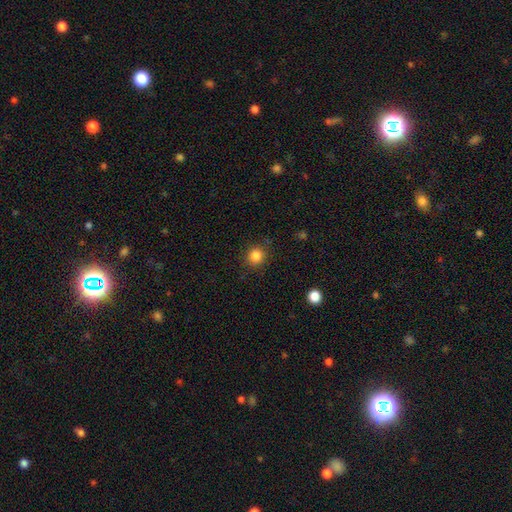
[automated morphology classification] A smooth galaxy with no disk features (85%) that is round (93%).

Vote fractions:
- Smooth or featured? smooth: 85% / star or artifact: 11% / featured or disk: 4%
- How rounded? round: 93% / in between: 6% / cigar-shaped: 1%
- Merging? none: 88% / minor disturbance: 8% / major disturbance: 3% / merger: 1%